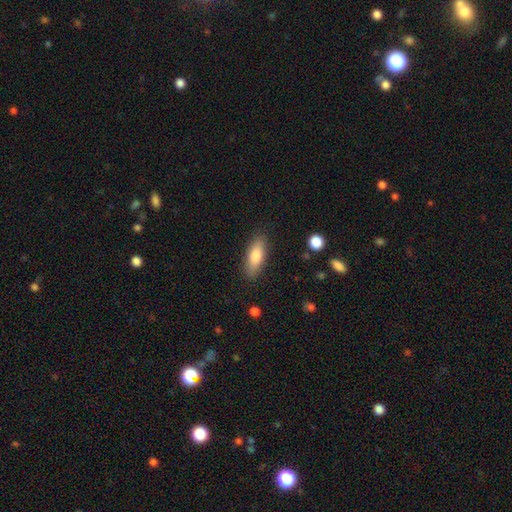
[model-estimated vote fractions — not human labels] Smooth or featured? smooth (79%)
How rounded? in between (67%)
Merging? none (86%)